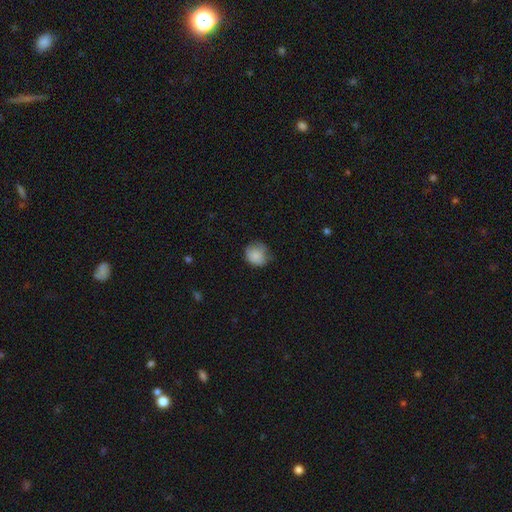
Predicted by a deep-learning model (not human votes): This is clearly a smooth galaxy (85%). How rounded: clearly round (85%). Merging: likely none (65%).